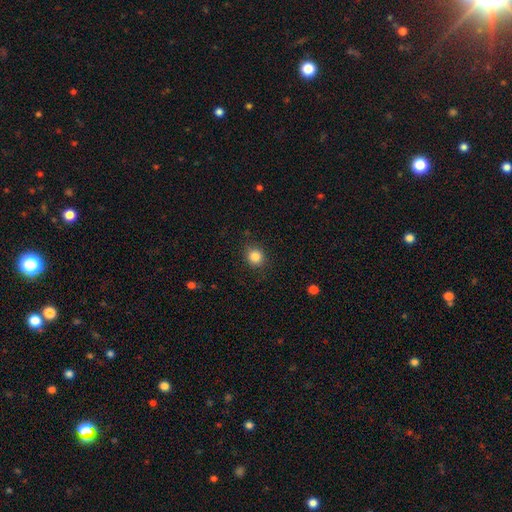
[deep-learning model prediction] Morphology: type=smooth (85%); roundness=round (82%); merging=none (86%).